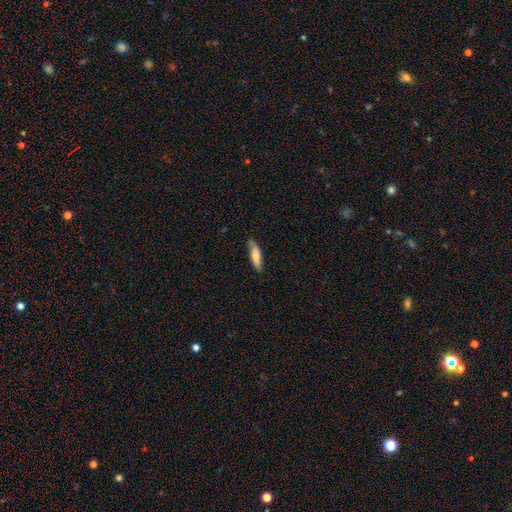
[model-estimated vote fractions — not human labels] smooth-or-featured: smooth: 66% | featured or disk: 28% | star or artifact: 6%
  how-rounded: cigar-shaped: 62% | in between: 36% | round: 2%
  merging: none: 74% | minor disturbance: 20% | major disturbance: 4% | merger: 2%